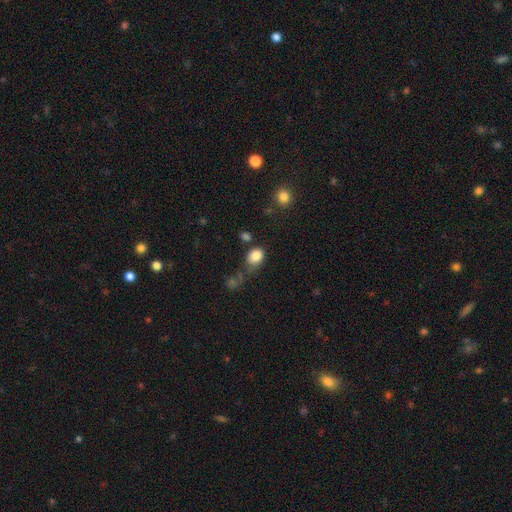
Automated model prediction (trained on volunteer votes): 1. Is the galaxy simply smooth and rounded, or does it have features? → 84% smooth, 10% star or artifact, 6% featured or disk.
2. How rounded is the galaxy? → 56% in between, 43% round, 1% cigar-shaped.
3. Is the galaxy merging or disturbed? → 49% none, 24% minor disturbance, 14% major disturbance, 13% merger.